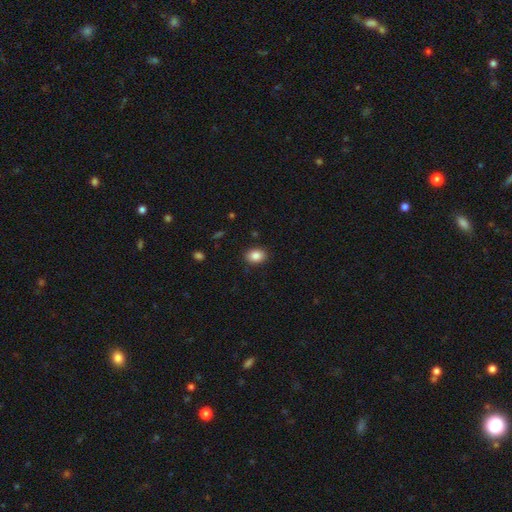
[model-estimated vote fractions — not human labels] Q: Smooth or featured?
A: smooth (86%); runner-up: star or artifact (9%)
Q: How rounded?
A: in between (69%); runner-up: round (30%)
Q: Merging?
A: none (89%); runner-up: minor disturbance (8%)